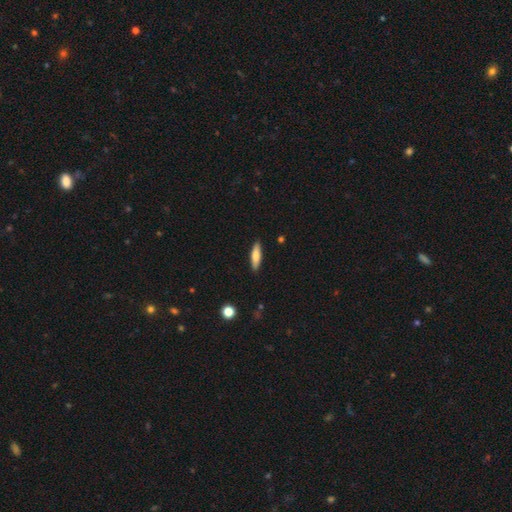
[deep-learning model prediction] smooth-or-featured: smooth: 74% | featured or disk: 21% | star or artifact: 6%
  how-rounded: cigar-shaped: 67% | in between: 31% | round: 2%
  merging: none: 90% | minor disturbance: 8% | major disturbance: 2% | merger: 1%